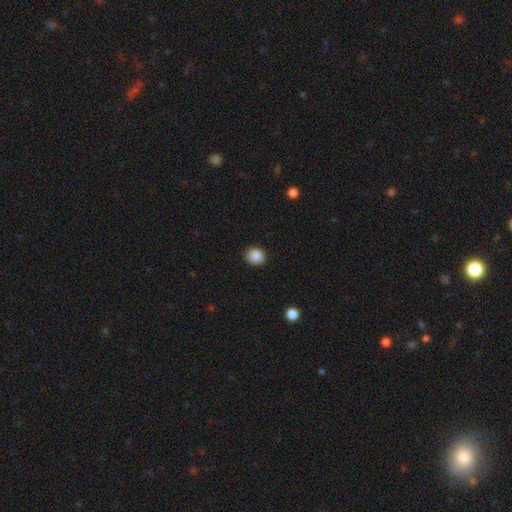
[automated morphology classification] A smooth galaxy with no disk features (88%) that is round (74%).

Vote fractions:
- Smooth or featured? smooth: 88% / star or artifact: 9% / featured or disk: 3%
- How rounded? round: 74% / in between: 25% / cigar-shaped: 1%
- Merging? none: 90% / minor disturbance: 7% / major disturbance: 2% / merger: 1%